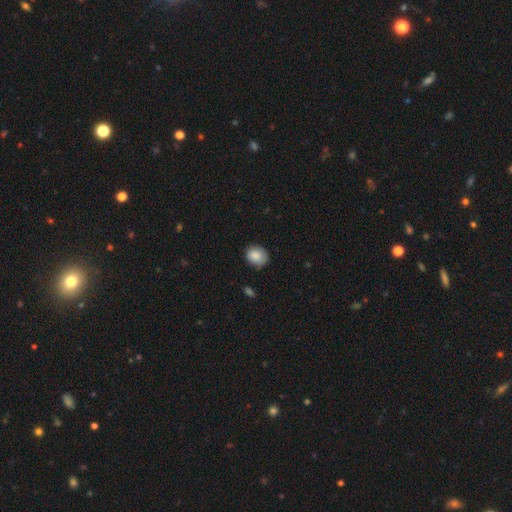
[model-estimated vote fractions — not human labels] A smooth galaxy with no disk features (86%) that is round (59%). Merging: none (76%).